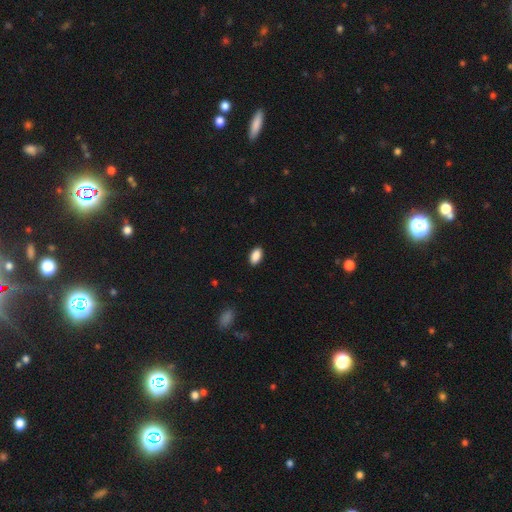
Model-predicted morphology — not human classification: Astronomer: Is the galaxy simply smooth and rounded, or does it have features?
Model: smooth — 90%.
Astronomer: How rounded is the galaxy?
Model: in between — 94%.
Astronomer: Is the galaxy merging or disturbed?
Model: none — 89%.